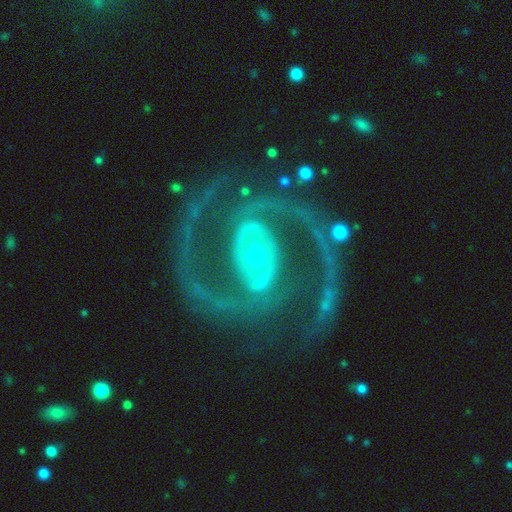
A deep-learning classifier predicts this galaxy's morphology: Smooth or featured? featured or disk (88%)
Edge-on disk? no (97%)
Bar? no (61%)
Spiral arms? yes (85%)
Spiral winding? medium (48%)
Spiral arm count? 2 (80%)
Bulge size? moderate (61%)
Merging? none (67%)